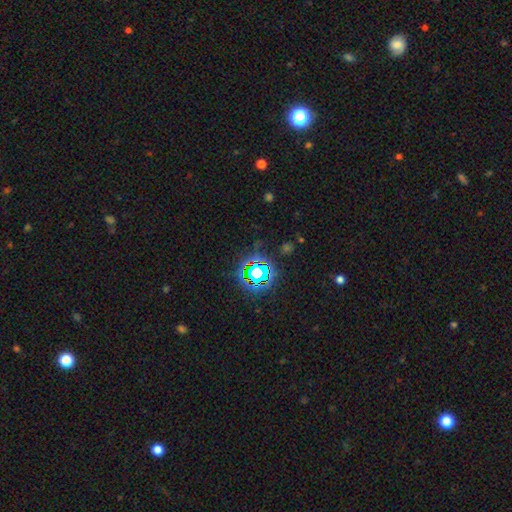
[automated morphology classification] A star or artifact, not a galaxy (80%).

Vote fractions:
- Smooth or featured? star or artifact: 80% / smooth: 13% / featured or disk: 8%